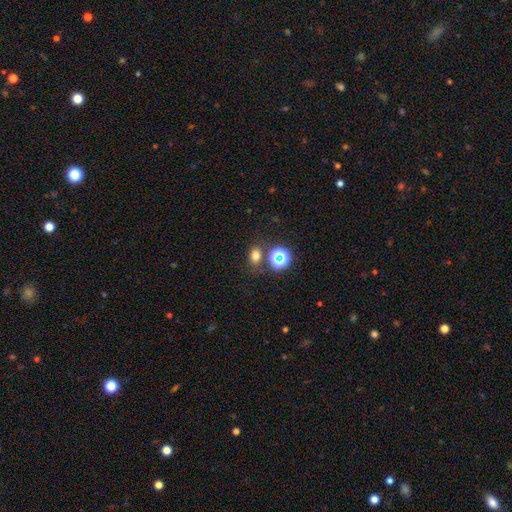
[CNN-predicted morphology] Smooth or featured?
  - smooth: 71% *
  - star or artifact: 22%
  - featured or disk: 7%
How rounded?
  - in between: 56% *
  - round: 43%
  - cigar-shaped: 1%
Merging?
  - none: 74% *
  - minor disturbance: 11%
  - merger: 11%
  - major disturbance: 4%